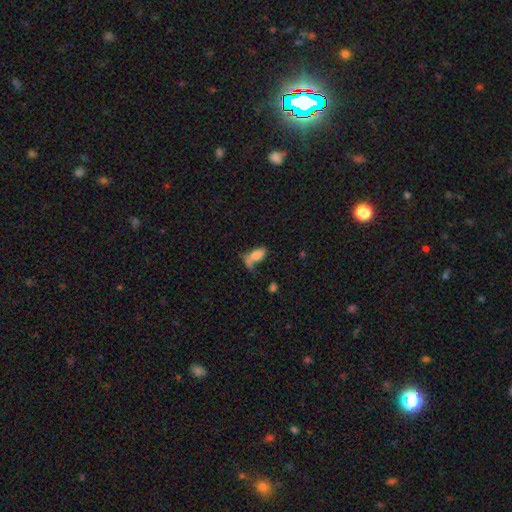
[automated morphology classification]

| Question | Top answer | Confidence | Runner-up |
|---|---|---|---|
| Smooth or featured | smooth | 73% | featured or disk (16%) |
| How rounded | in between | 86% | cigar-shaped (9%) |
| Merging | none | 30% | major disturbance (26%) |